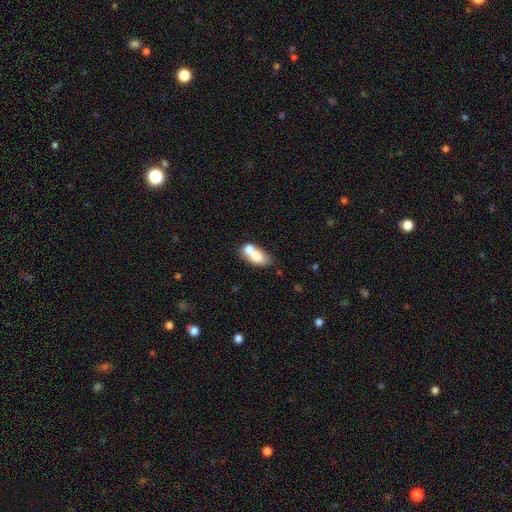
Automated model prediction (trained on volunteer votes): Smooth or featured?
  - smooth: 70% *
  - featured or disk: 22%
  - star or artifact: 8%
How rounded?
  - in between: 83% *
  - round: 11%
  - cigar-shaped: 6%
Merging?
  - merger: 55% *
  - none: 28%
  - minor disturbance: 11%
  - major disturbance: 6%